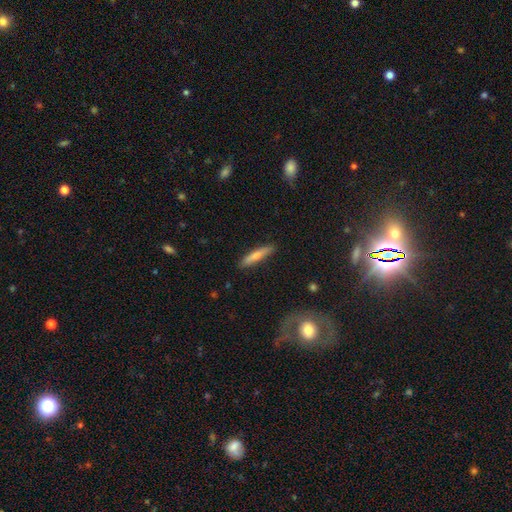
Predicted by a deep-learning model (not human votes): This is likely a smooth galaxy (72%). How rounded: clearly cigar-shaped (87%). Merging: clearly none (86%).